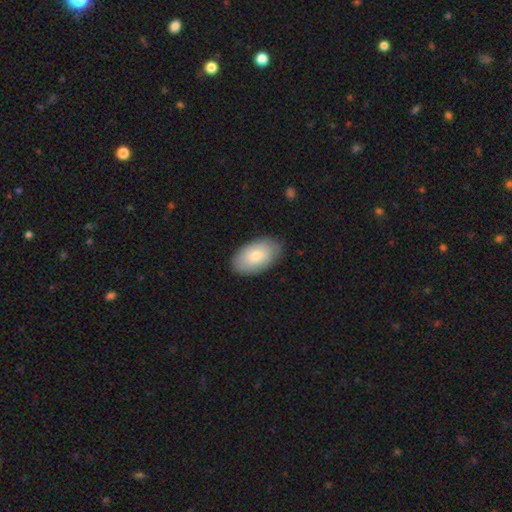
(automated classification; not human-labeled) This is likely a smooth galaxy (80%). How rounded: clearly in between (95%). Merging: clearly none (85%).